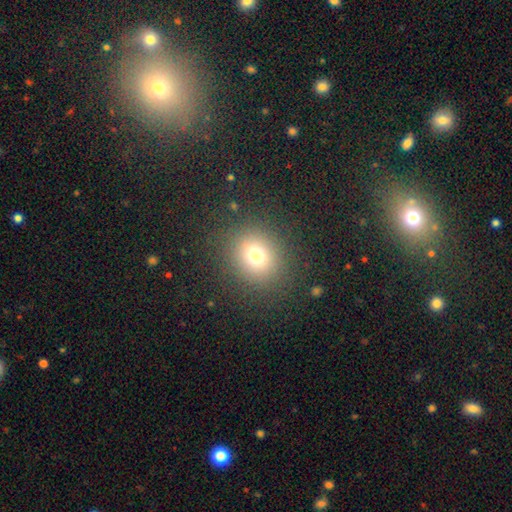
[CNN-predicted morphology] type=smooth (74%); roundness=round (79%); merging=none (87%).